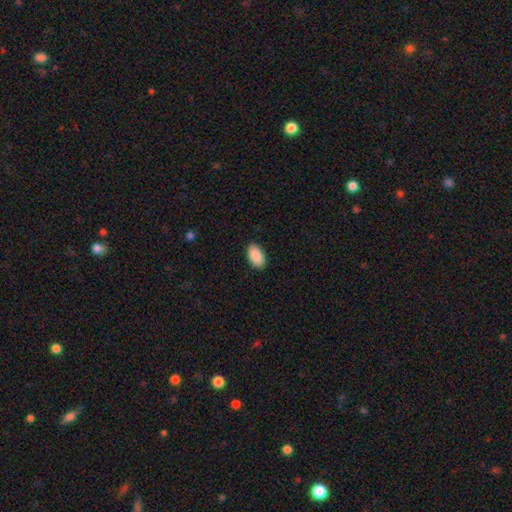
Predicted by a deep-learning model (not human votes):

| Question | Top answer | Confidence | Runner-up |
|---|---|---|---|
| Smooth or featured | smooth | 91% | star or artifact (6%) |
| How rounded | in between | 95% | round (3%) |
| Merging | none | 88% | minor disturbance (9%) |